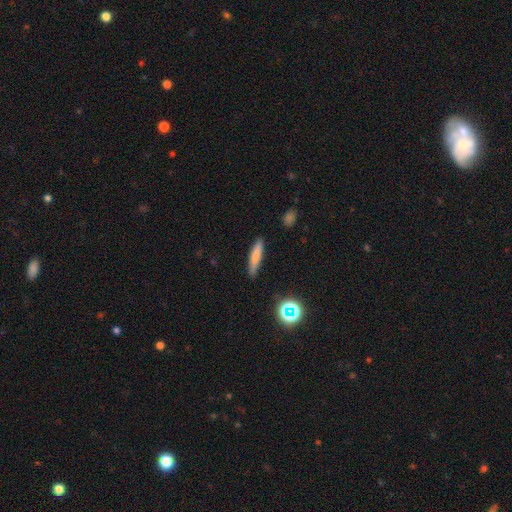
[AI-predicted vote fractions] Smooth or featured? smooth (74%)
How rounded? cigar-shaped (88%)
Merging? none (86%)